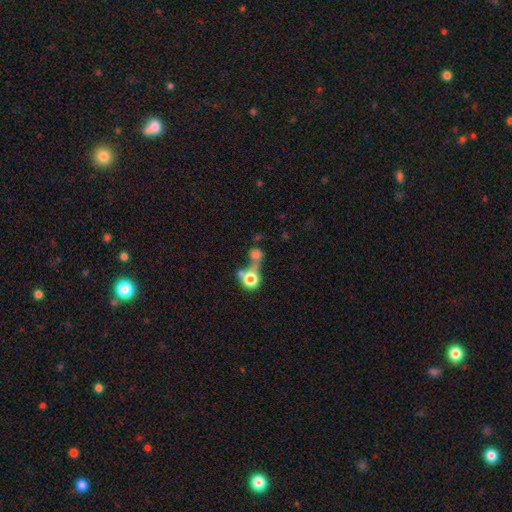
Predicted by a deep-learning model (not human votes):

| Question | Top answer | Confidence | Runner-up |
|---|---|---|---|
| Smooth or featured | smooth | 65% | star or artifact (21%) |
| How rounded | round | 75% | in between (23%) |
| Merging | merger | 43% | none (37%) |